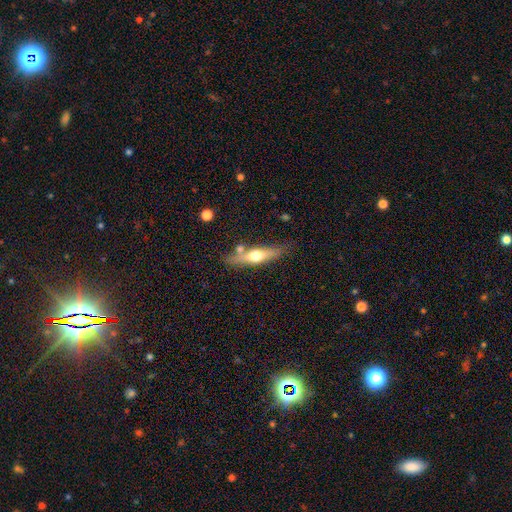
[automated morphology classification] type=featured or disk (56%); edge-on=yes (91%); edge-on bulge=rounded (94%); merging=none (76%).